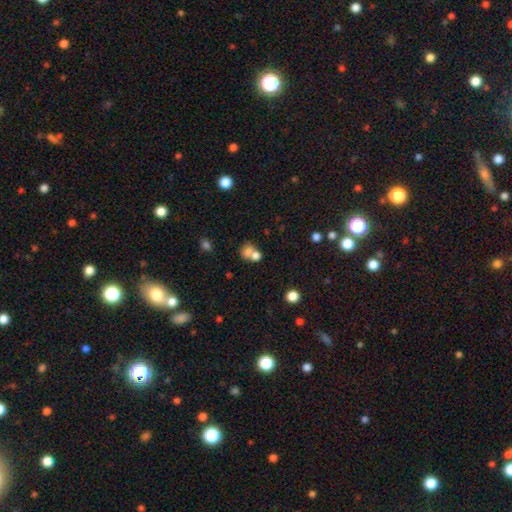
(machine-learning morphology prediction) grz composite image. It shows a smooth galaxy with no disk features (71%) that is round (59%). Merging: merger (56%).